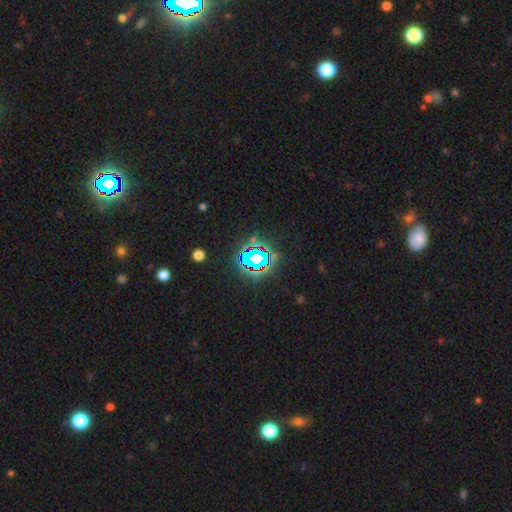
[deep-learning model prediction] smooth-or-featured: star or artifact: 74% | smooth: 15% | featured or disk: 11%